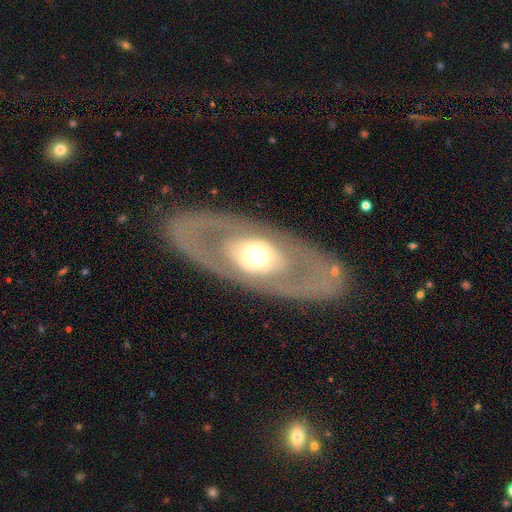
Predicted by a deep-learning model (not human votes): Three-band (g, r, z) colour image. It shows a featured or disk galaxy (65%) with no bar (83%), no spiral arms (82%) and a moderate central bulge (56%). Merging: none (82%).